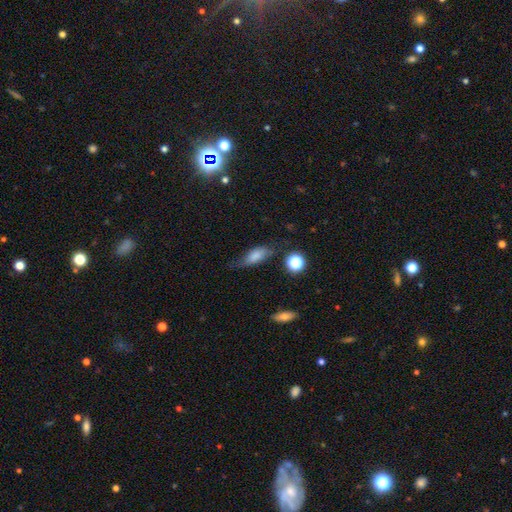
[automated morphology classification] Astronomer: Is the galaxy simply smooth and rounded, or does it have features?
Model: smooth — 74%.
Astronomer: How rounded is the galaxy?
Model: in between — 74%.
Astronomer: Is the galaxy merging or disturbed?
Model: none — 51% (runner-up: minor disturbance, 32%).